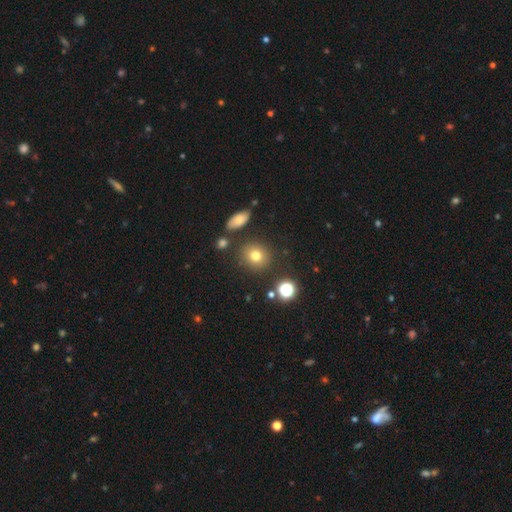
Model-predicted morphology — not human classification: smooth-or-featured: smooth: 75% | star or artifact: 15% | featured or disk: 10%
  how-rounded: round: 82% | in between: 17% | cigar-shaped: 1%
  merging: none: 83% | minor disturbance: 9% | merger: 5% | major disturbance: 3%